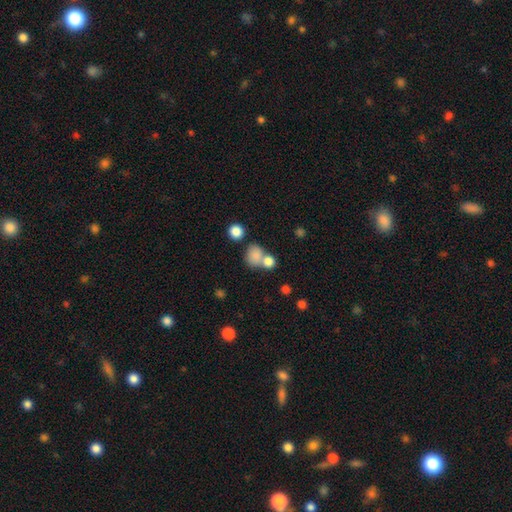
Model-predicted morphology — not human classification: The model was most divided on "merging": merger: 45%, none: 40%, minor disturbance: 10%, major disturbance: 6%. More confident: smooth or featured — smooth (80%); how rounded — round (60%).